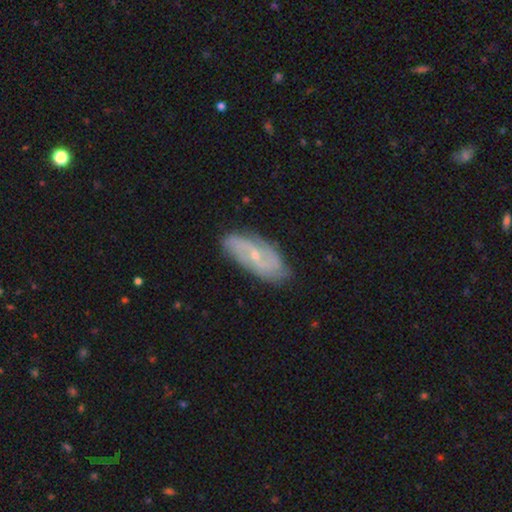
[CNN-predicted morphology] Smooth or featured? Predicted: featured or disk (p=0.75). Edge-on disk? Predicted: no (p=0.90). Bar? Predicted: weak (p=0.45). Spiral arms? Predicted: yes (p=0.90). Spiral winding? Predicted: medium (p=0.39). Spiral arm count? Predicted: 2 (p=0.62). Bulge size? Predicted: small (p=0.72). Merging? Predicted: none (p=0.80).